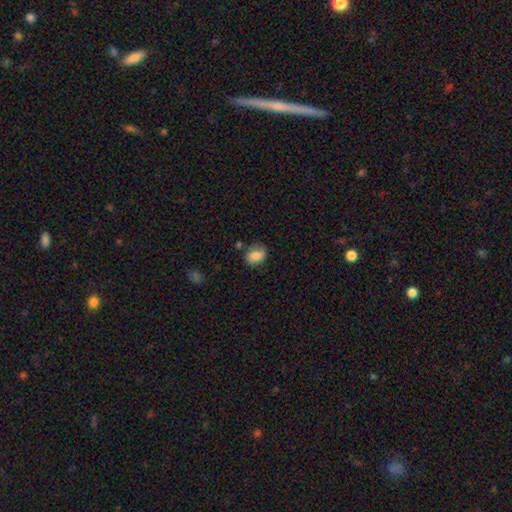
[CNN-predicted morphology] Smooth or featured: smooth — 82% (featured or disk — 10%)
How rounded: in between — 58% (round — 41%)
Merging: none — 69% (minor disturbance — 21%)